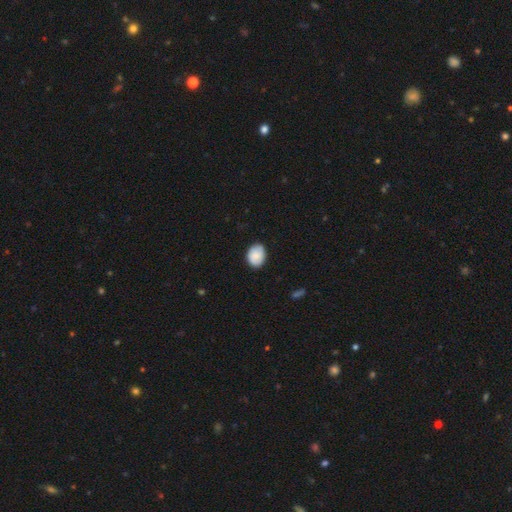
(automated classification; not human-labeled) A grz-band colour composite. It shows a smooth galaxy with no disk features (84%) that is in between round and cigar-shaped (65%). Merging: none (81%).